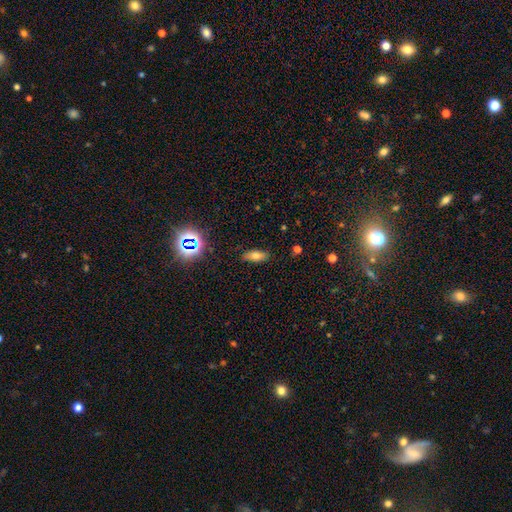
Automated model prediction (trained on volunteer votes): Smooth or featured? smooth (71%)
How rounded? in between (80%)
Merging? none (86%)